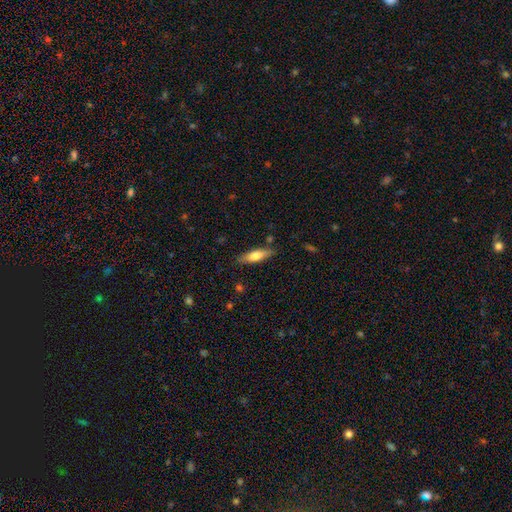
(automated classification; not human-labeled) smooth 66%, featured or disk 28%, star or artifact 6%. Down the decision tree: how rounded — cigar-shaped (57%); merging — none (83%).